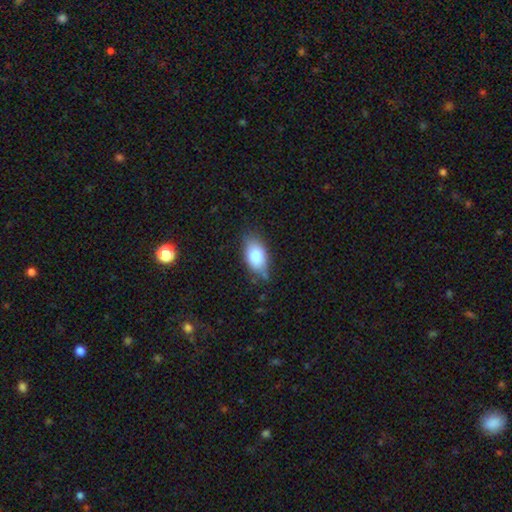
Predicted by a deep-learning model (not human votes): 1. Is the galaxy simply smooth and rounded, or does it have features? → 80% smooth, 13% featured or disk, 7% star or artifact.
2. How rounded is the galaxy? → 91% in between, 6% round, 4% cigar-shaped.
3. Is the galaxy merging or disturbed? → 72% none, 22% minor disturbance, 4% major disturbance, 2% merger.